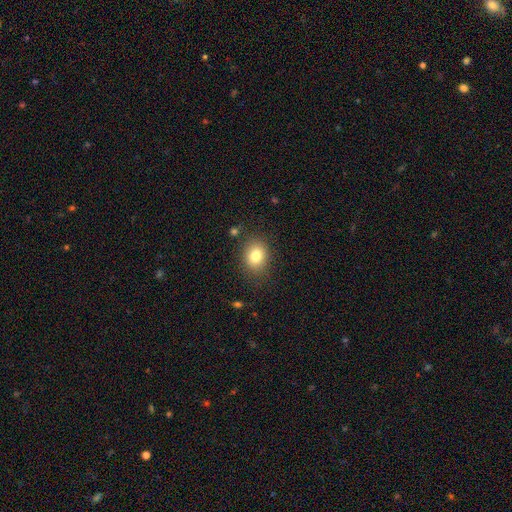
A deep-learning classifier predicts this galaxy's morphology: type=smooth (80%); roundness=in between (50%); merging=none (83%).